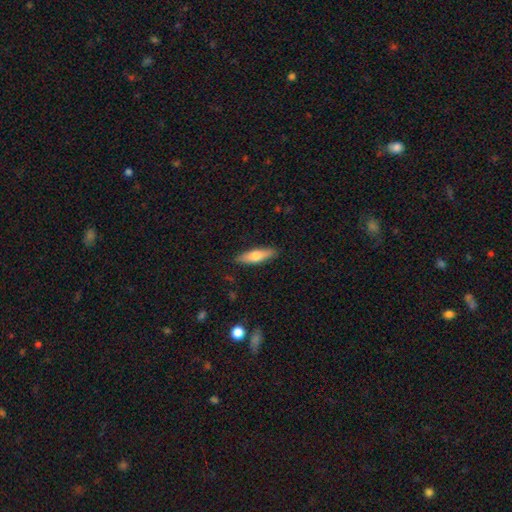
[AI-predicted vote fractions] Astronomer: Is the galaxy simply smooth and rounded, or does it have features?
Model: smooth — 62%.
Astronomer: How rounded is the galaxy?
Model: cigar-shaped — 62%.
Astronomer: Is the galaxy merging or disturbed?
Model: none — 89%.